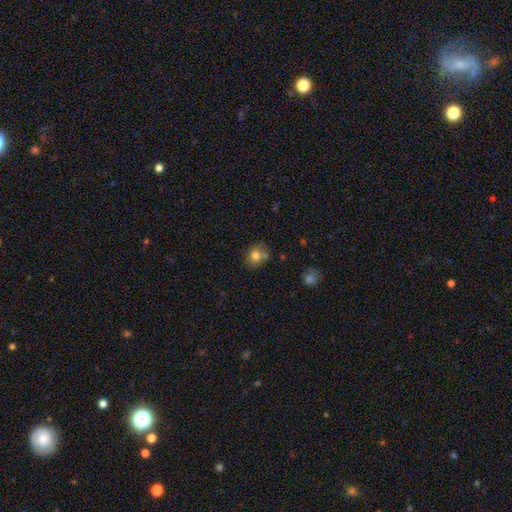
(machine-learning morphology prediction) A smooth galaxy with no disk features (78%) that is round (63%).

Vote fractions:
- Smooth or featured? smooth: 78% / featured or disk: 11% / star or artifact: 11%
- How rounded? round: 63% / in between: 36% / cigar-shaped: 1%
- Merging? none: 62% / minor disturbance: 19% / merger: 14% / major disturbance: 5%